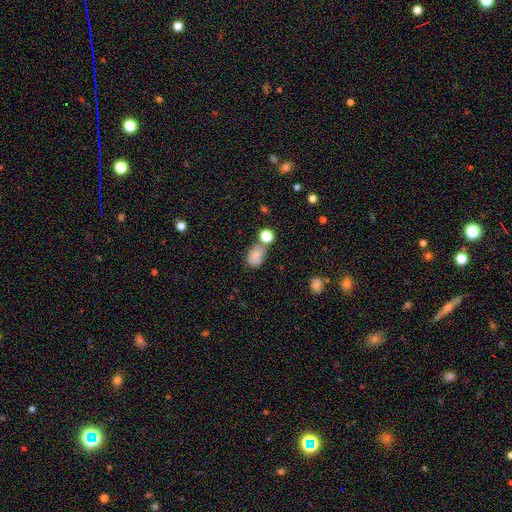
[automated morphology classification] The model was most divided on "merging": none: 52%, merger: 23%, minor disturbance: 19%, major disturbance: 7%. More confident: smooth or featured — smooth (81%); how rounded — in between (79%).